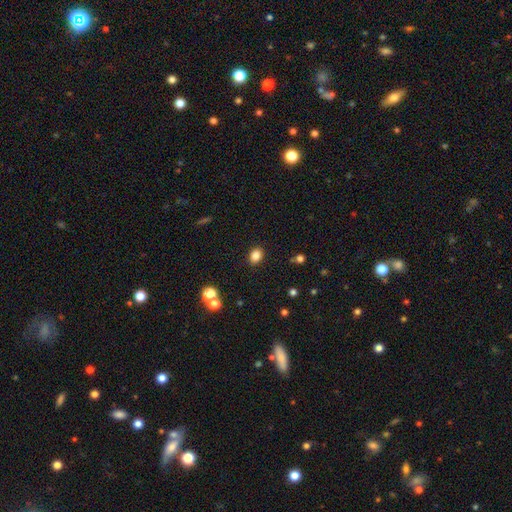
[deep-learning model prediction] Smooth or featured: smooth — 84% (star or artifact — 12%)
How rounded: in between — 56% (round — 43%)
Merging: none — 88% (minor disturbance — 7%)